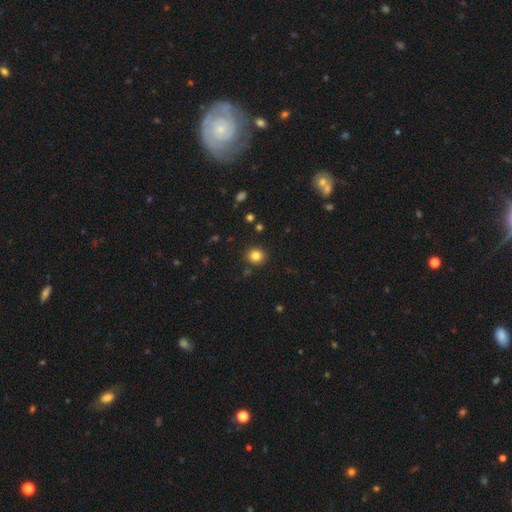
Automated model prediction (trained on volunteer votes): Morphology: type=smooth (83%); roundness=round (87%); merging=none (89%).